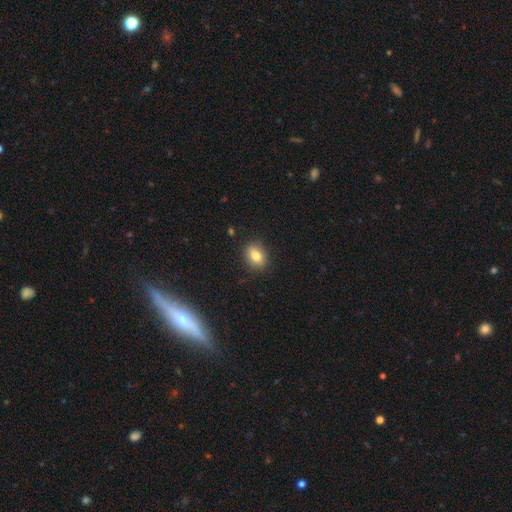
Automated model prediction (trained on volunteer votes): Overall: smooth (78%). How rounded: in between (57%; round 42%). Merging: none (88%).